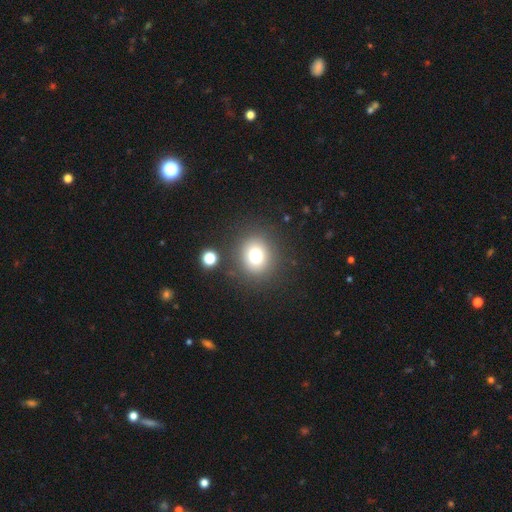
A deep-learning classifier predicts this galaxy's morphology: A smooth galaxy with no disk features (74%) that is round (79%).

Vote fractions:
- Smooth or featured? smooth: 74% / star or artifact: 15% / featured or disk: 11%
- How rounded? round: 79% / in between: 20% / cigar-shaped: 1%
- Merging? none: 86% / minor disturbance: 8% / major disturbance: 4% / merger: 3%